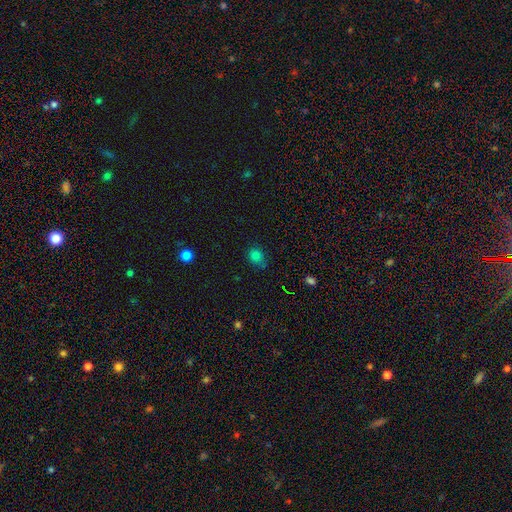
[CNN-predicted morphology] Overall: smooth (77%). How rounded: round (69%; in between 30%). Merging: none (67%).